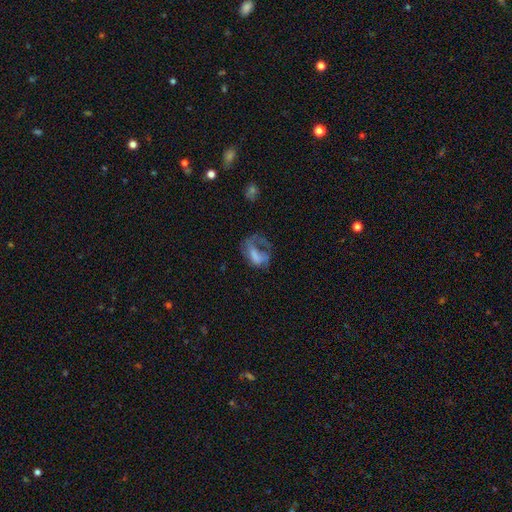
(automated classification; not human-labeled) smooth_or_featured: smooth (p=0.46) [alt: featured or disk p=0.41]
merging: major disturbance (p=0.55) [alt: none p=0.23]